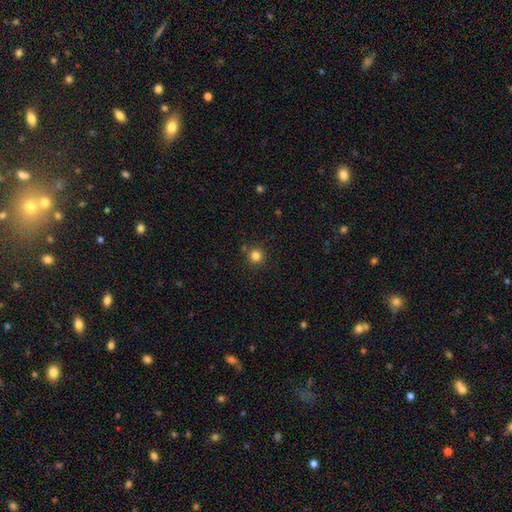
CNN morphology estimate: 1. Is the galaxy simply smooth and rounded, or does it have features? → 82% smooth, 13% star or artifact, 5% featured or disk.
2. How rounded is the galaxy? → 95% round, 4% in between, 1% cigar-shaped.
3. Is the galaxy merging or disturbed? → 85% none, 7% minor disturbance, 6% merger, 2% major disturbance.